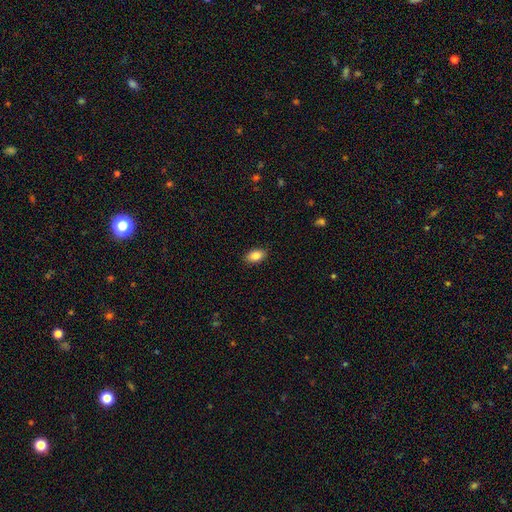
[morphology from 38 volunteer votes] Smooth or featured? smooth (92%)
How rounded? in between (89%)
Merging? none (86%)